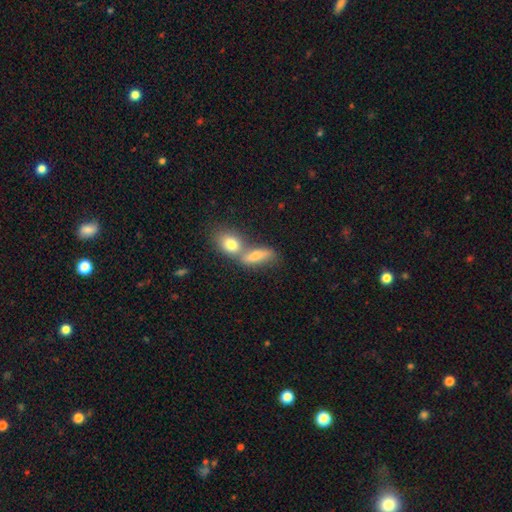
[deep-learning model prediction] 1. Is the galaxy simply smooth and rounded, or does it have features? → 70% smooth, 21% featured or disk, 9% star or artifact.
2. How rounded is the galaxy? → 68% in between, 21% cigar-shaped, 12% round.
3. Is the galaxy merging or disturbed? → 55% merger, 31% none, 9% minor disturbance, 5% major disturbance.